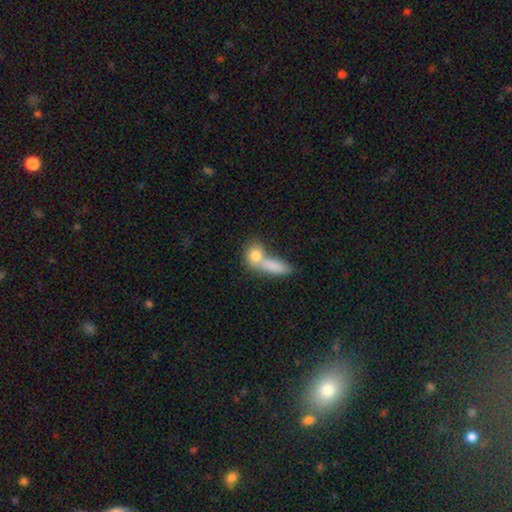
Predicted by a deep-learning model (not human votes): Overall: smooth (79%). How rounded: round (43%, tied with in between). Merging: merger (51%; none 35%).